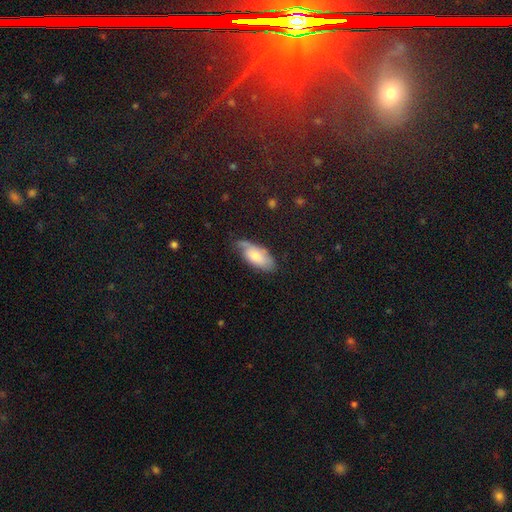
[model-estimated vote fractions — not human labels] Overall: smooth (65%; featured or disk 28%). How rounded: in between (88%). Merging: none (53%; minor disturbance 35%).